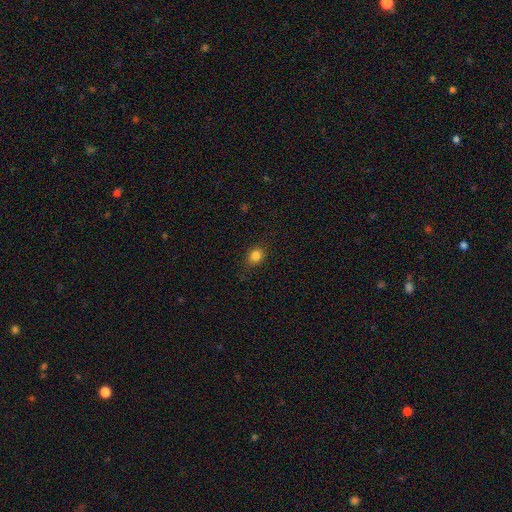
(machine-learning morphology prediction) Smooth or featured? Predicted: smooth (p=0.83). How rounded? Predicted: round (p=0.63). Merging? Predicted: none (p=0.84).